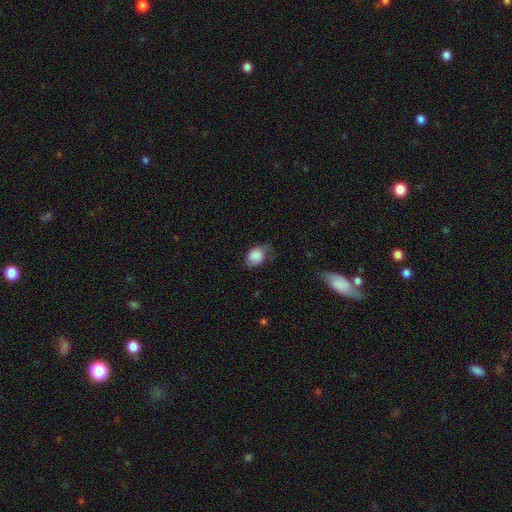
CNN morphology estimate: smooth_or_featured: smooth (p=0.81) [alt: featured or disk p=0.12]
how_rounded: in between (p=0.59) [alt: round p=0.40]
merging: none (p=0.48) [alt: minor disturbance p=0.35]